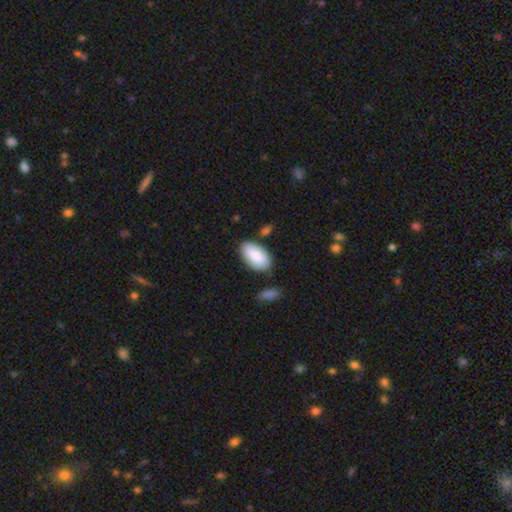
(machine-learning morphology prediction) type=smooth (83%); roundness=in between (95%); merging=none (76%).